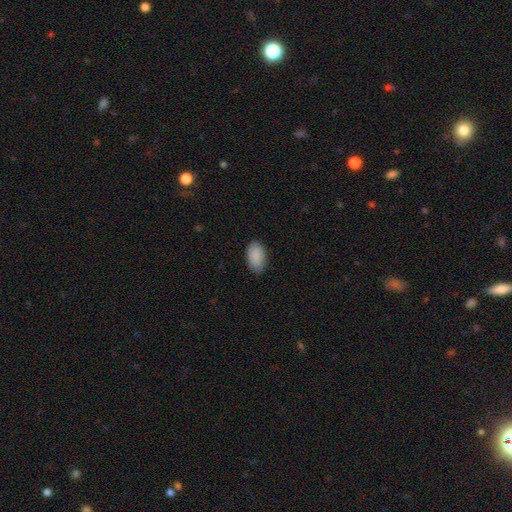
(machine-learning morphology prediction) Q: Smooth or featured?
A: smooth (90%); runner-up: star or artifact (6%)
Q: How rounded?
A: in between (94%); runner-up: round (5%)
Q: Merging?
A: none (81%); runner-up: minor disturbance (15%)